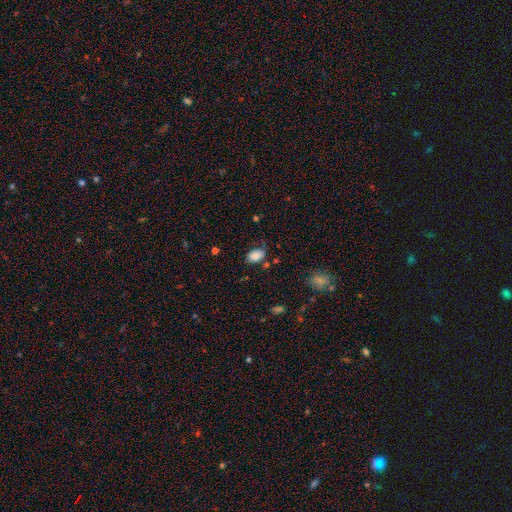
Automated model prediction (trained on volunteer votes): smooth-or-featured: smooth: 83% | star or artifact: 9% | featured or disk: 8%
  how-rounded: in between: 87% | round: 12% | cigar-shaped: 1%
  merging: none: 62% | minor disturbance: 26% | major disturbance: 9% | merger: 3%